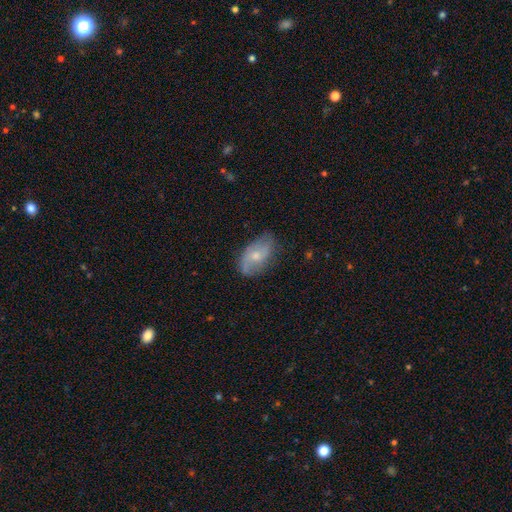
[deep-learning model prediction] This appears to be a featured or disk galaxy (57%) with no bar (61%), spiral arms (81%) and a moderate central bulge (53%). Merging: none (67%).